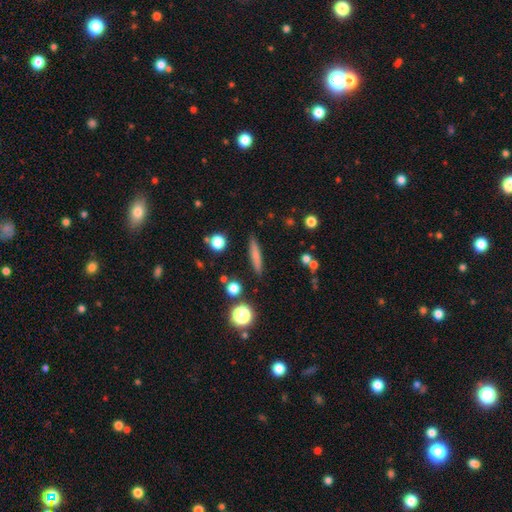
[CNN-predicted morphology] The model was most divided on "smooth or featured": smooth: 69%, featured or disk: 22%, star or artifact: 9%. More confident: merging — none (87%); how rounded — cigar-shaped (86%).